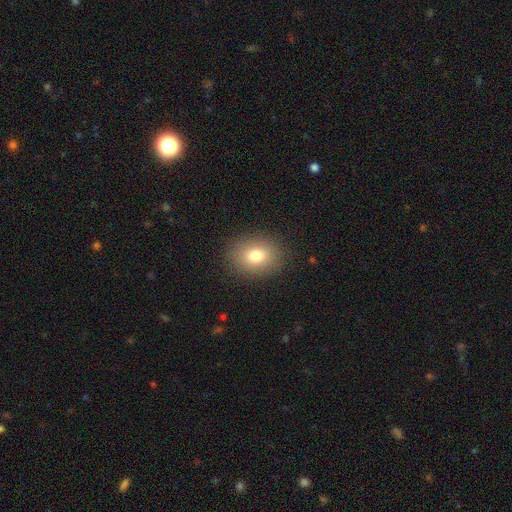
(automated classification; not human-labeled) This is likely a smooth galaxy (78%). How rounded: possibly in between (54%). Merging: clearly none (87%).